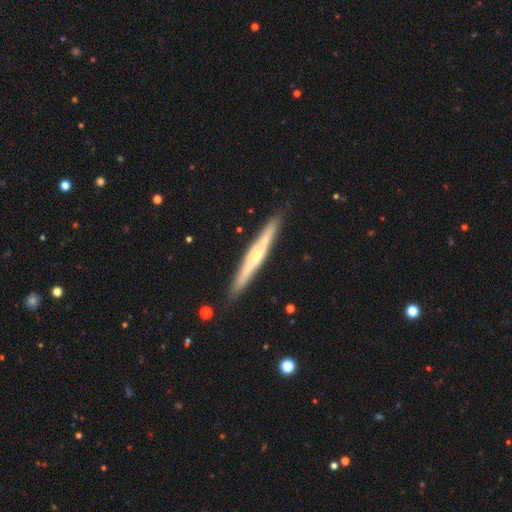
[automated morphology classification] Smooth or featured: featured or disk — 67% (smooth — 27%)
Edge-on disk: yes — 94% (no — 6%)
Edge-on bulge: rounded — 70% (none — 25%)
Merging: none — 89% (minor disturbance — 8%)